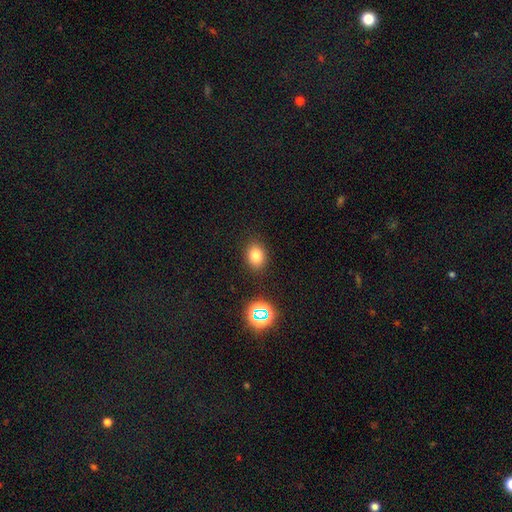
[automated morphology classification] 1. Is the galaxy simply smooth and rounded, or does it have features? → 78% smooth, 15% star or artifact, 7% featured or disk.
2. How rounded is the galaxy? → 57% in between, 42% round, 1% cigar-shaped.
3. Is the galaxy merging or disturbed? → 87% none, 9% minor disturbance, 3% major disturbance, 2% merger.